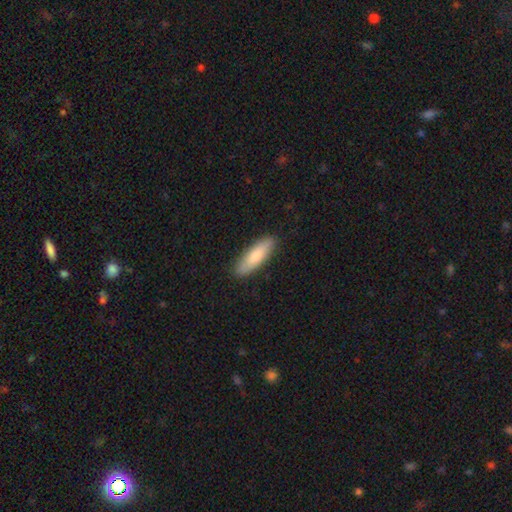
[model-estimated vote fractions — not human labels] smooth_or_featured: smooth (p=0.76) [alt: featured or disk p=0.19]
how_rounded: cigar-shaped (p=0.56) [alt: in between p=0.42]
merging: none (p=0.89) [alt: minor disturbance p=0.08]